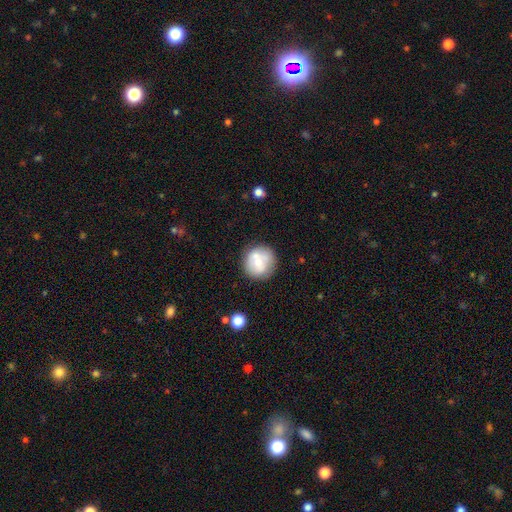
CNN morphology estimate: Smooth or featured? Predicted: smooth (p=0.55). How rounded? Predicted: round (p=0.90). Merging? Predicted: none (p=0.62).